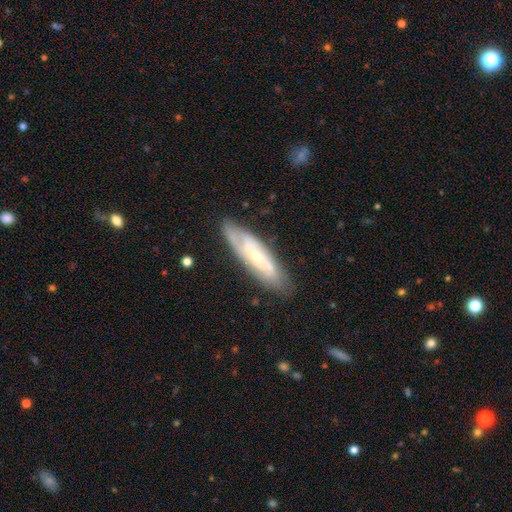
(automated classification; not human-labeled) Smooth or featured? featured or disk (68%)
Edge-on disk? no (72%)
Merging? none (77%)